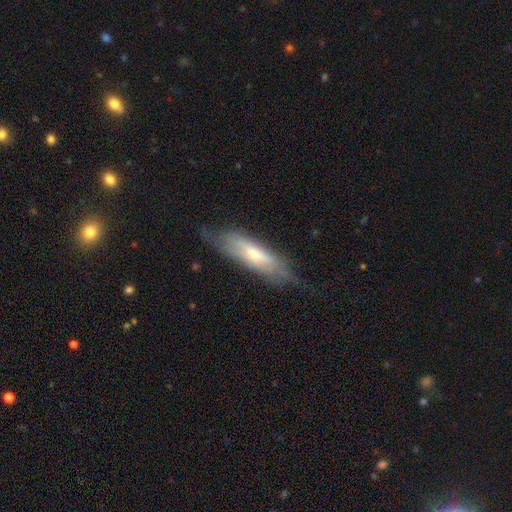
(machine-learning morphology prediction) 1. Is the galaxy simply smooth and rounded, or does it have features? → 50% featured or disk, 42% smooth, 8% star or artifact.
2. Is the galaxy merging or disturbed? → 66% none, 25% minor disturbance, 7% major disturbance, 1% merger.